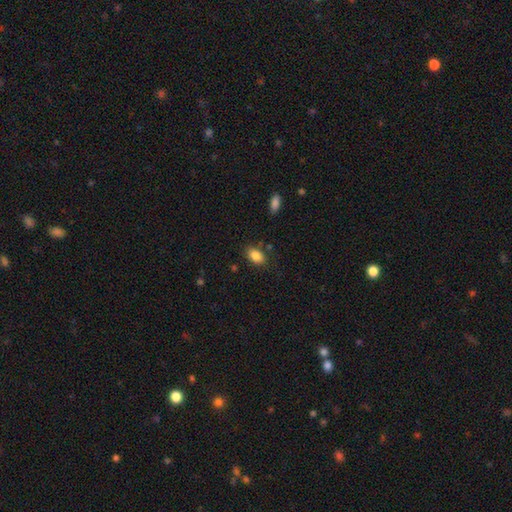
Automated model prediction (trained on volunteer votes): Smooth or featured? Predicted: smooth (p=0.86). How rounded? Predicted: in between (p=0.88). Merging? Predicted: none (p=0.80).